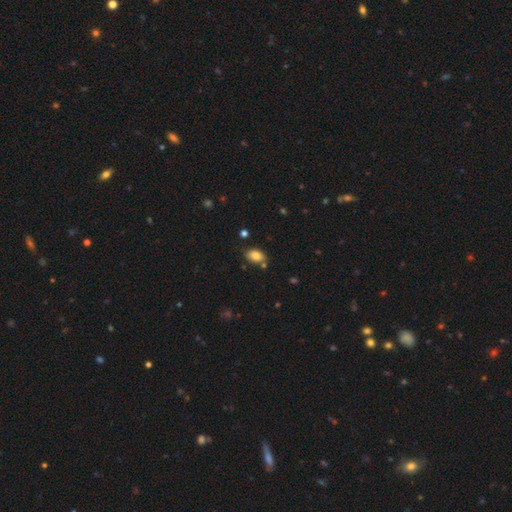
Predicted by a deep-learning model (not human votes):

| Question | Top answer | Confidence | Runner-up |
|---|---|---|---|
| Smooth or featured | smooth | 84% | star or artifact (9%) |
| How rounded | in between | 88% | round (11%) |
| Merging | none | 75% | minor disturbance (14%) |